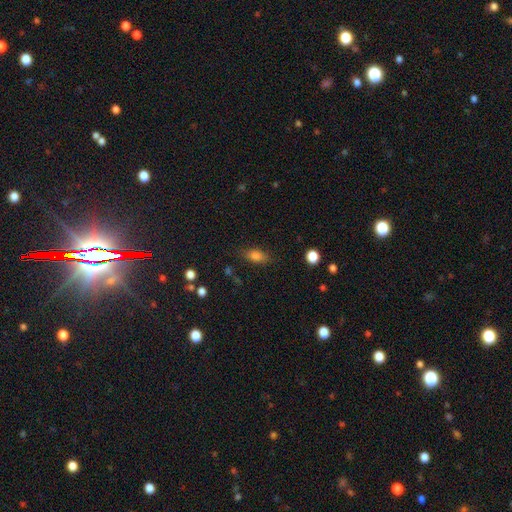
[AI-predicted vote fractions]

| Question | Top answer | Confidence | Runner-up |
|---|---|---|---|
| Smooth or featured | smooth | 77% | featured or disk (12%) |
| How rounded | in between | 81% | cigar-shaped (12%) |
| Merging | none | 79% | minor disturbance (14%) |